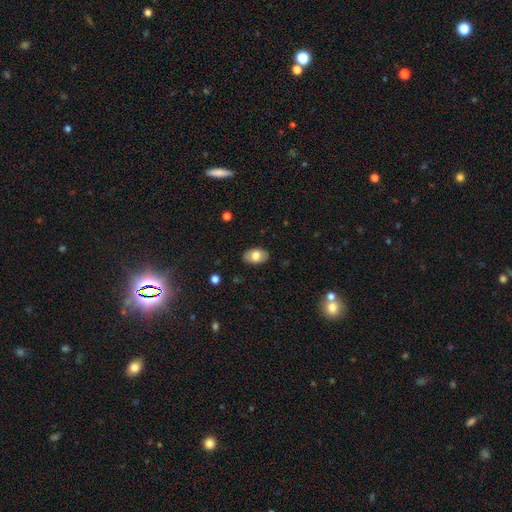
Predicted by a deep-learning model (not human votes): This appears to be a smooth galaxy with no disk features (73%) that is in between round and cigar-shaped (91%). Merging: none (86%).